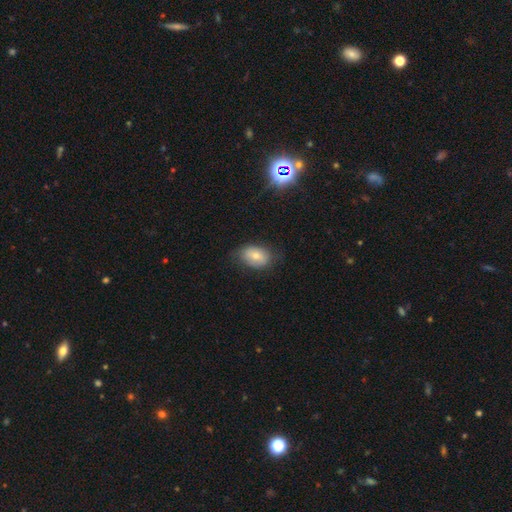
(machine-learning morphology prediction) Overall: smooth (73%). How rounded: in between (84%). Merging: none (71%).